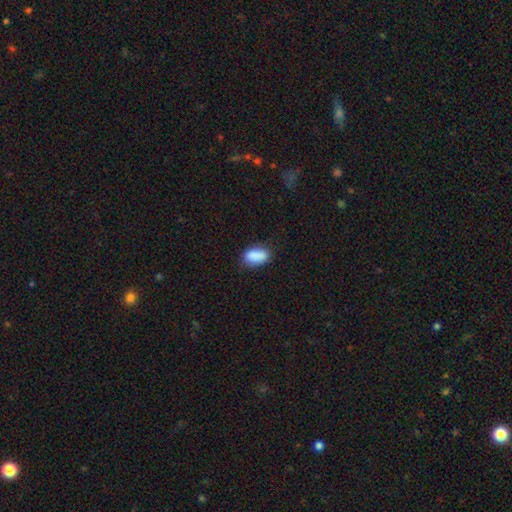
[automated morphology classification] Smooth or featured? smooth (87%)
How rounded? in between (90%)
Merging? none (75%)